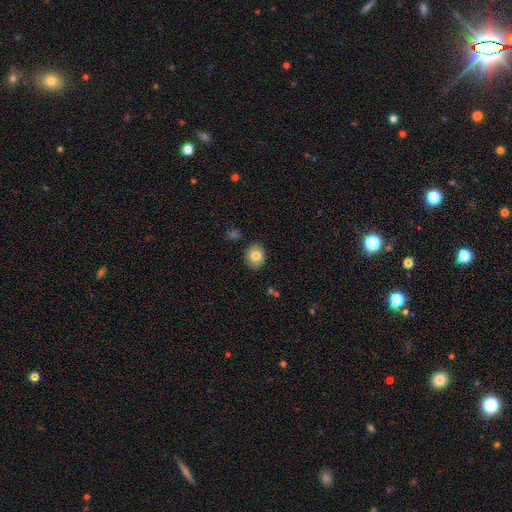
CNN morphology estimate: smooth-or-featured: smooth: 81% | featured or disk: 10% | star or artifact: 9%
  how-rounded: round: 62% | in between: 37% | cigar-shaped: 1%
  merging: none: 88% | minor disturbance: 8% | major disturbance: 2% | merger: 2%